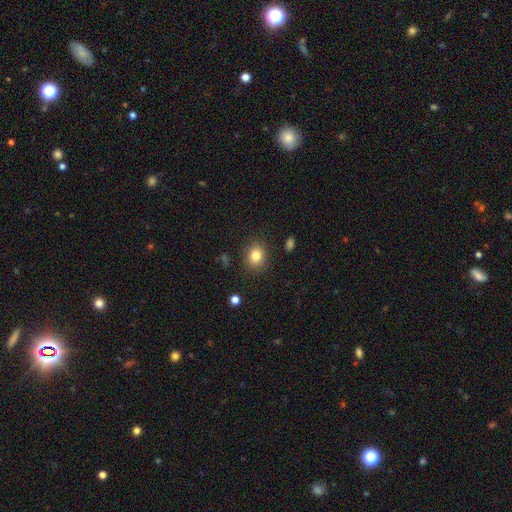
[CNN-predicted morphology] Smooth or featured? smooth (82%)
How rounded? round (64%)
Merging? none (87%)